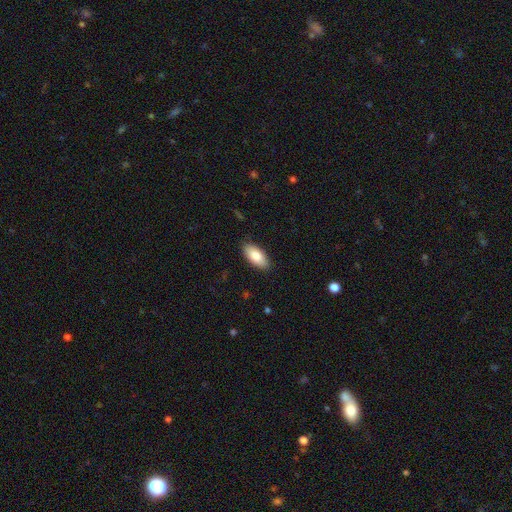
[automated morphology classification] The model was most divided on "smooth or featured": smooth: 83%, featured or disk: 11%, star or artifact: 6%. More confident: how rounded — in between (90%); merging — none (87%).